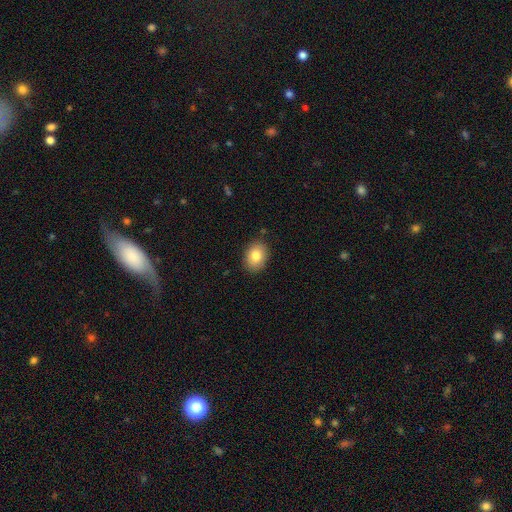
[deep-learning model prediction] Overall: smooth (82%). How rounded: in between (67%; round 32%). Merging: none (87%).